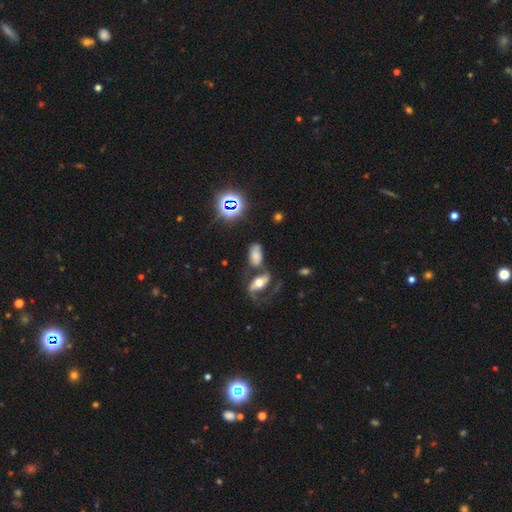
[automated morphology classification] Smooth or featured? smooth (50%)
How rounded? in between (88%)
Merging? none (41%)